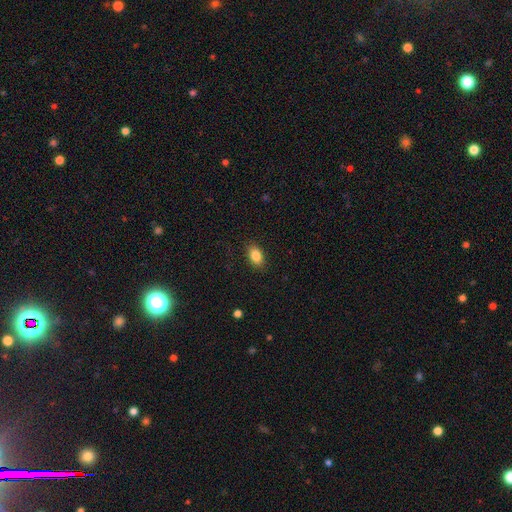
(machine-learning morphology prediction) A smooth galaxy with no disk features (85%) that is in between round and cigar-shaped (88%). Merging: none (87%).